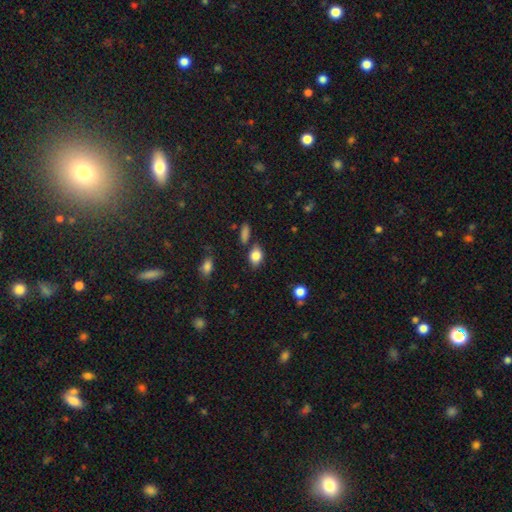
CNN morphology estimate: type=smooth (82%); roundness=in between (69%); merging=none (66%).